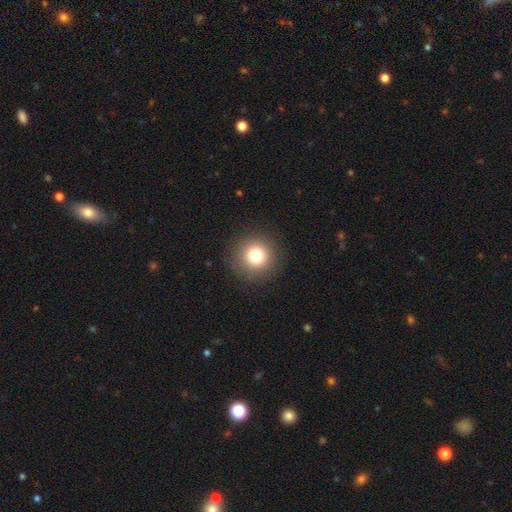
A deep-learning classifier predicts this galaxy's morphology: Overall: smooth (80%). How rounded: round (95%). Merging: none (91%).